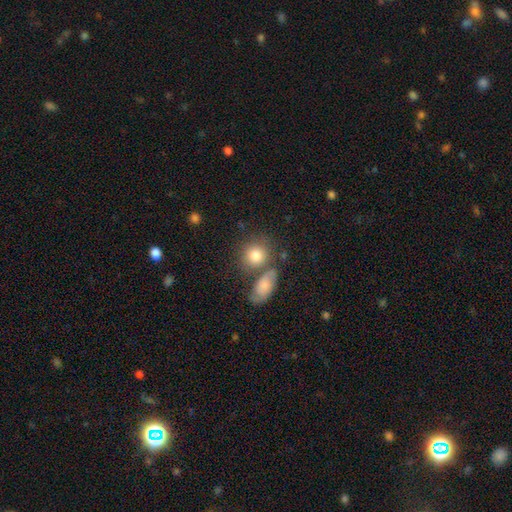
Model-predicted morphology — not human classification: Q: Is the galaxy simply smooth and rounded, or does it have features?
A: smooth — 81%.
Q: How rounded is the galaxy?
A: round — 72%.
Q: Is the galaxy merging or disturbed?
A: none — 57%.